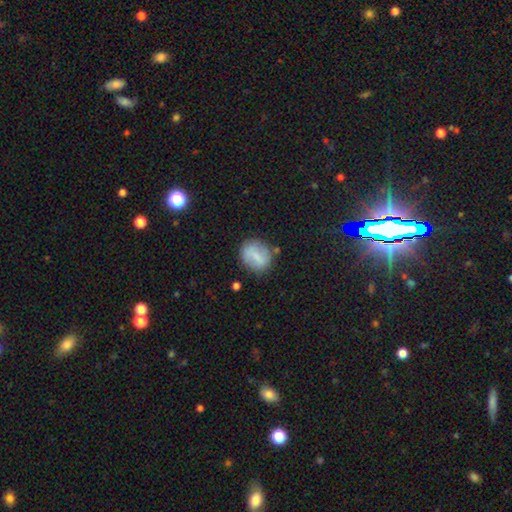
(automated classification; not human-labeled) Smooth or featured: smooth — 66% (featured or disk — 26%)
How rounded: round — 57% (in between — 41%)
Merging: none — 74% (minor disturbance — 17%)